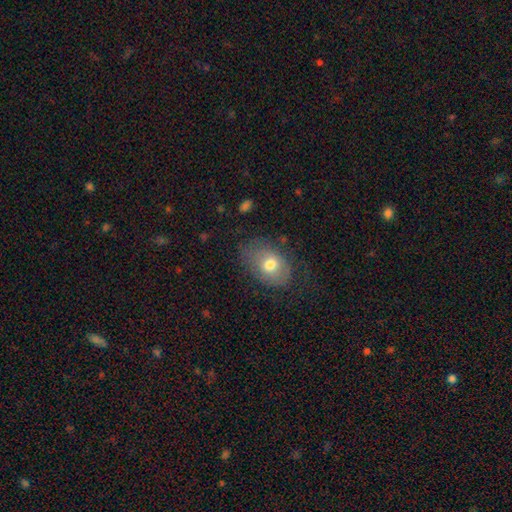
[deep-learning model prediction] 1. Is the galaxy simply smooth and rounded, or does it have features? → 59% smooth, 23% featured or disk, 18% star or artifact.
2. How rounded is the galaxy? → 72% in between, 27% round, 1% cigar-shaped.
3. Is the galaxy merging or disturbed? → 80% none, 14% minor disturbance, 4% major disturbance, 1% merger.